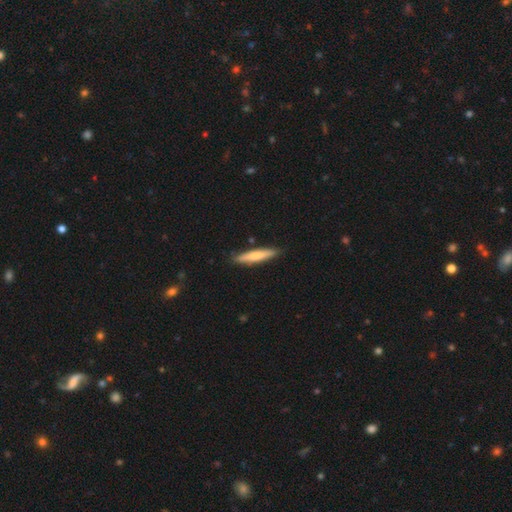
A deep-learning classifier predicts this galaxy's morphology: This appears to be a smooth galaxy with no disk features (68%) that is cigar-shaped (90%). Merging: none (87%).